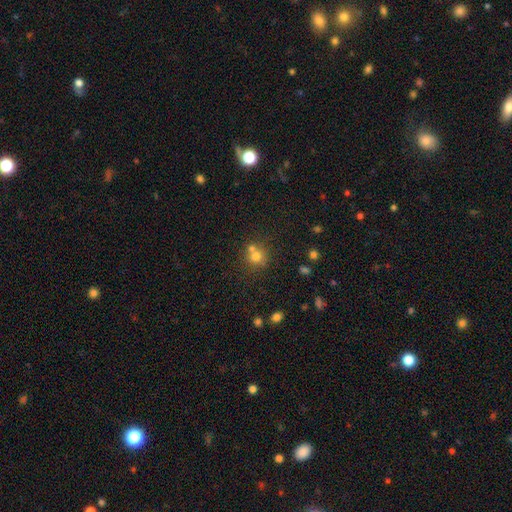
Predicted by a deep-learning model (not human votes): smooth 72%, star or artifact 16%, featured or disk 12%. Down the decision tree: how rounded — round (86%); merging — none (51%).